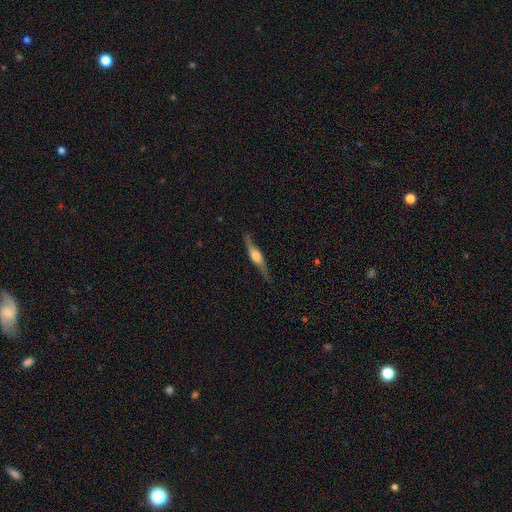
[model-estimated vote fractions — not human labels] Smooth or featured: featured or disk — 75% (smooth — 20%)
Edge-on disk: yes — 92% (no — 8%)
Edge-on bulge: rounded — 84% (boxy — 13%)
Merging: none — 82% (minor disturbance — 13%)